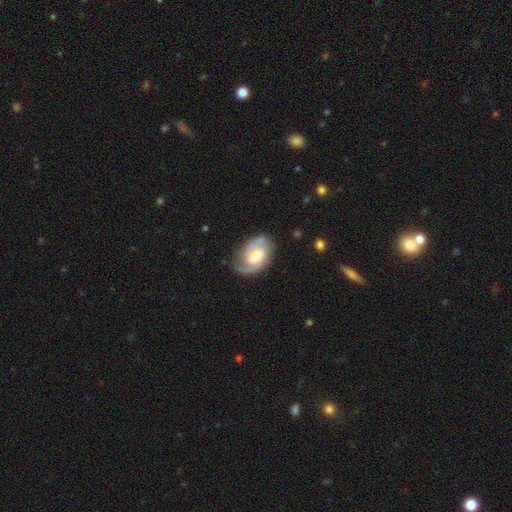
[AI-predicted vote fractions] Smooth or featured: featured or disk — 78% (smooth — 16%)
Edge-on disk: no — 97% (yes — 3%)
Bar: weak — 46% (no — 45%)
Spiral arms: yes — 94% (no — 6%)
Spiral winding: medium — 47% (tight — 37%)
Spiral arm count: 2 — 75% (can't tell — 11%)
Bulge size: moderate — 52% (small — 33%)
Merging: none — 70% (minor disturbance — 21%)